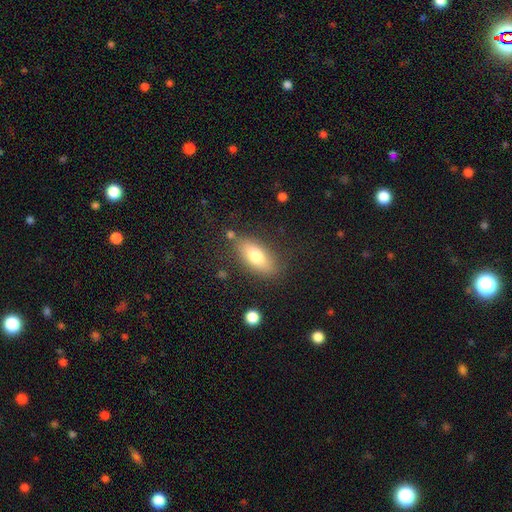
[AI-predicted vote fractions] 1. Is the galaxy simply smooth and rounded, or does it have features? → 73% smooth, 20% featured or disk, 7% star or artifact.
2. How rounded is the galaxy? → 83% in between, 13% cigar-shaped, 4% round.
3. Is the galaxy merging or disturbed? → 79% none, 13% minor disturbance, 4% major disturbance, 4% merger.